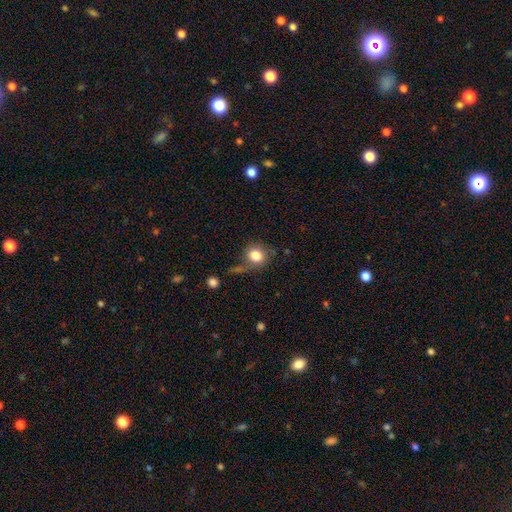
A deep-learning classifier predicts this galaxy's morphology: smooth 81%, featured or disk 10%, star or artifact 9%. Down the decision tree: how rounded — round (78%); merging — none (59%).